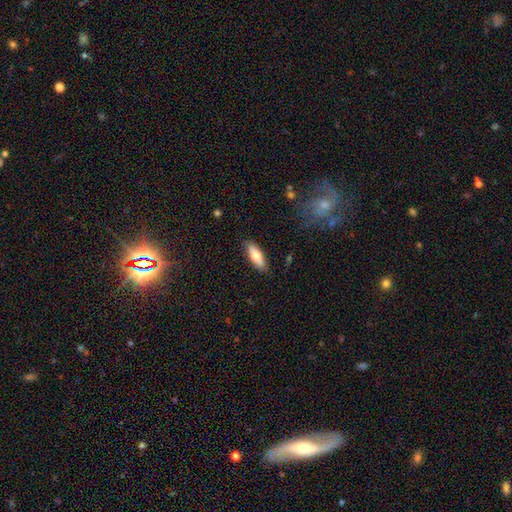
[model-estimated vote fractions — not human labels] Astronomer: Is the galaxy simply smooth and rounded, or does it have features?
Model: smooth — 68%.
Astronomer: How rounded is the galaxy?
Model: in between — 63%.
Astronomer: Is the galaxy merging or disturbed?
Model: none — 87%.